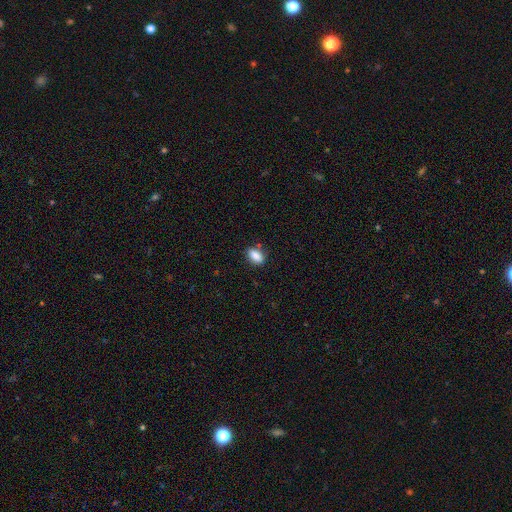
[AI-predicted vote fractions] Morphology: type=smooth (87%); roundness=in between (86%); merging=none (82%).